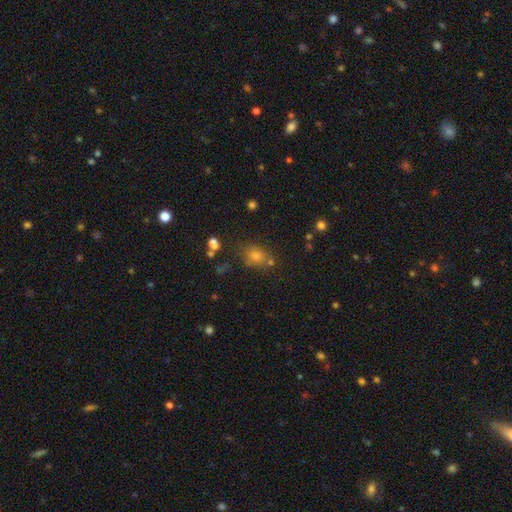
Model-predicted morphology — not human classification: A smooth galaxy with no disk features (67%) that is round (58%). Merging: none (72%).